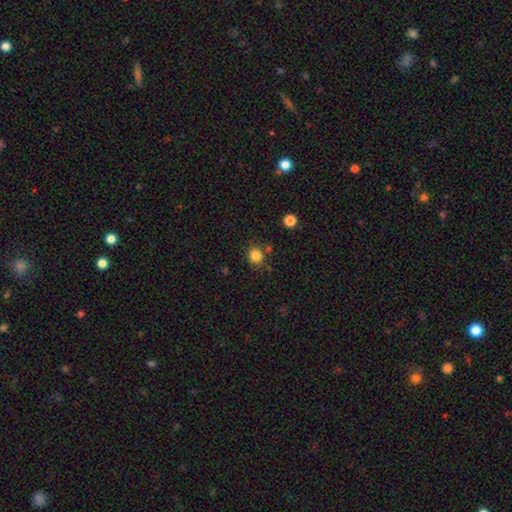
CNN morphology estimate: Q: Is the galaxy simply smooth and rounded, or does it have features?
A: smooth — 84%.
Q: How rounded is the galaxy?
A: round — 79%.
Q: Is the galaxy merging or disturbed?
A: none — 80%.